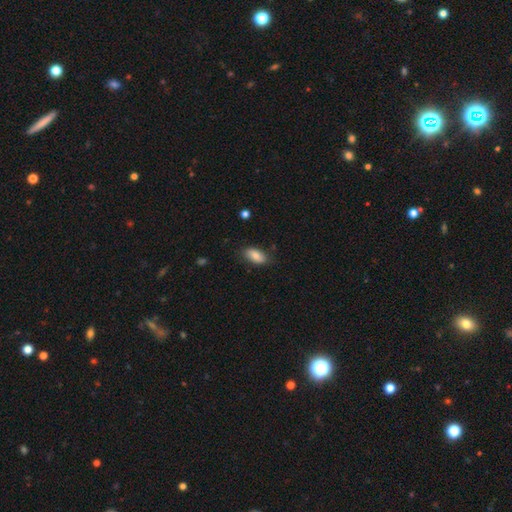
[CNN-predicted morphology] type=smooth (81%); roundness=in between (92%); merging=none (80%).